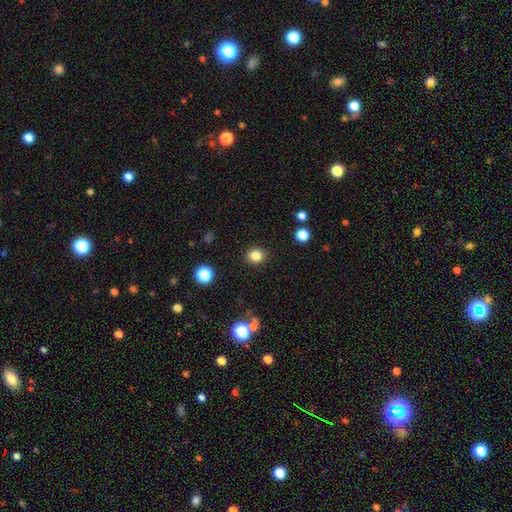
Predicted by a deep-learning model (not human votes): Smooth or featured? Predicted: smooth (p=0.83). How rounded? Predicted: round (p=0.82). Merging? Predicted: none (p=0.90).